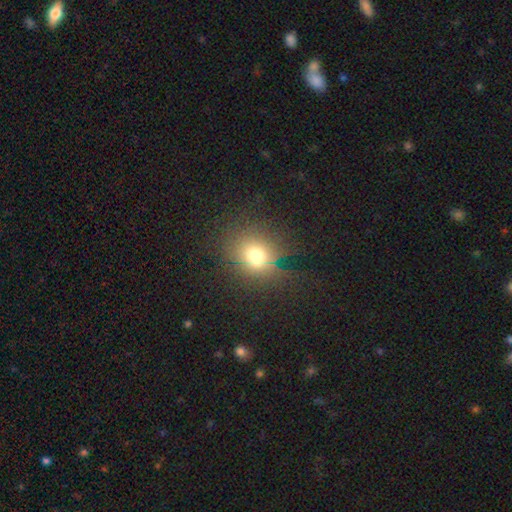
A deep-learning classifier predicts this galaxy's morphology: Q: Smooth or featured?
A: smooth (65%); runner-up: star or artifact (21%)
Q: How rounded?
A: round (72%); runner-up: in between (26%)
Q: Merging?
A: none (69%); runner-up: minor disturbance (16%)